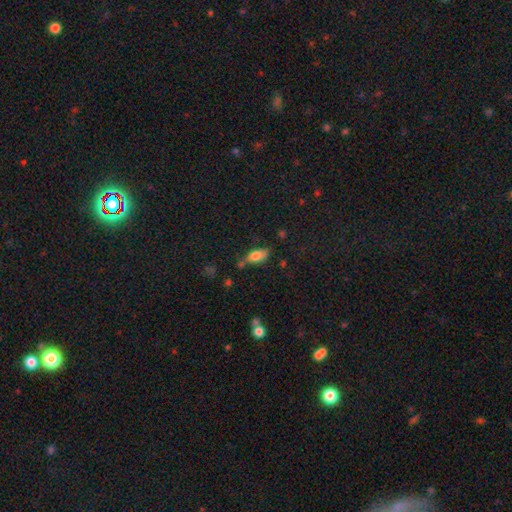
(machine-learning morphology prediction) The model was most divided on "merging": none: 57%, minor disturbance: 25%, merger: 11%, major disturbance: 7%. More confident: how rounded — in between (85%); smooth or featured — smooth (78%).